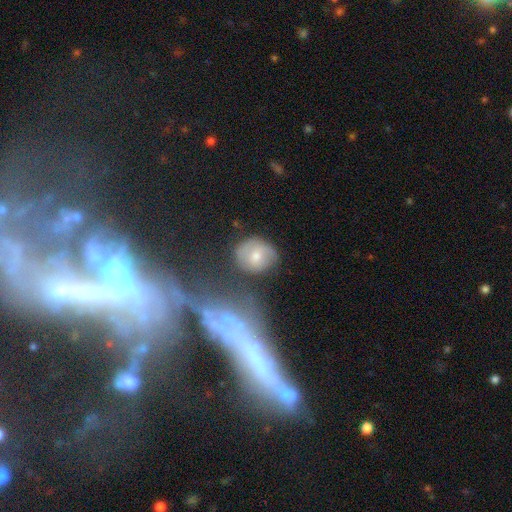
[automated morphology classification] A smooth galaxy with no disk features (63%) that is round (70%).

Vote fractions:
- Smooth or featured? smooth: 63% / featured or disk: 29% / star or artifact: 8%
- How rounded? round: 70% / in between: 28% / cigar-shaped: 1%
- Merging? none: 68% / minor disturbance: 19% / major disturbance: 6% / merger: 6%